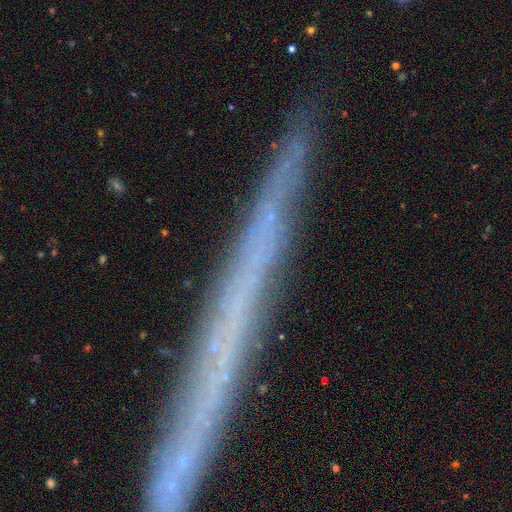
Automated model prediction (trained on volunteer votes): Smooth or featured?
  - featured or disk: 54% *
  - smooth: 27%
  - star or artifact: 19%
Edge-on disk?
  - yes: 92% *
  - no: 8%
Merging?
  - none: 87% *
  - minor disturbance: 8%
  - merger: 2%
  - major disturbance: 2%